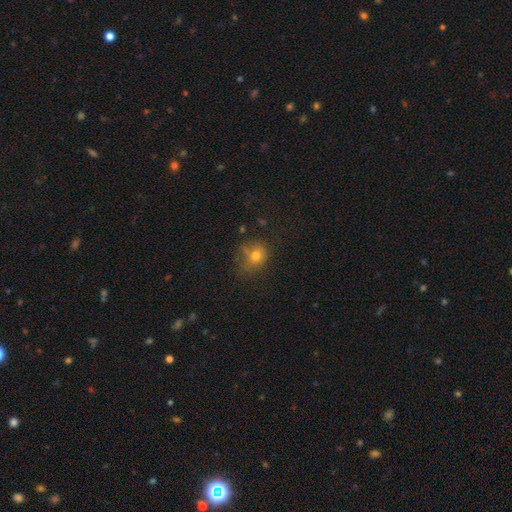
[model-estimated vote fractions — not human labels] Smooth or featured?
  - smooth: 71% *
  - star or artifact: 16%
  - featured or disk: 13%
How rounded?
  - round: 63% *
  - in between: 36%
  - cigar-shaped: 1%
Merging?
  - none: 53% *
  - minor disturbance: 26%
  - major disturbance: 15%
  - merger: 6%